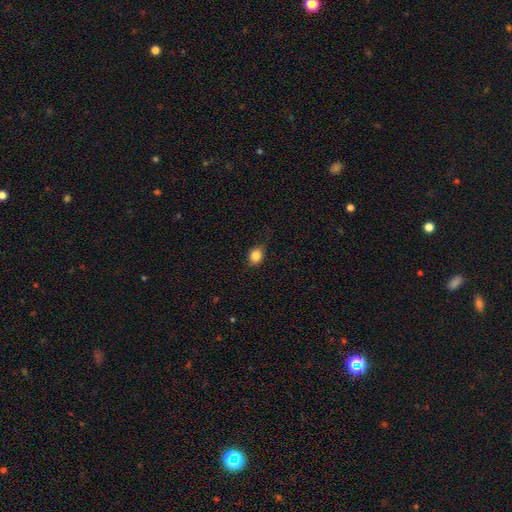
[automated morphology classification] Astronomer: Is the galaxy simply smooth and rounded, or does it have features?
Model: smooth — 84%.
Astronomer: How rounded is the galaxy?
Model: round — 51% (runner-up: in between, 48%).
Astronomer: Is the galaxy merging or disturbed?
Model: none — 77%.